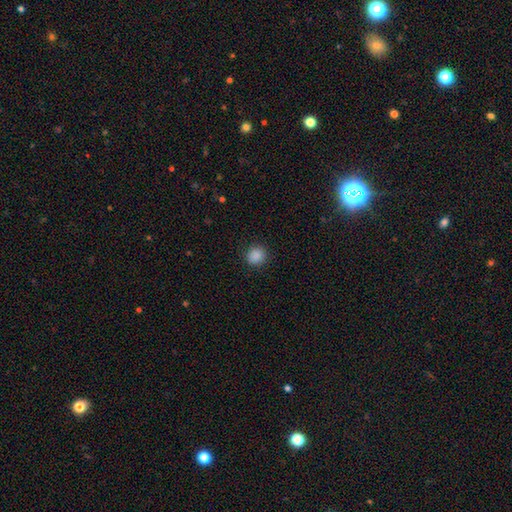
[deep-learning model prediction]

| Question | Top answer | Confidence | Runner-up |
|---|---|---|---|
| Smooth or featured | smooth | 88% | star or artifact (10%) |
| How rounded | round | 86% | in between (13%) |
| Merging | none | 90% | minor disturbance (7%) |